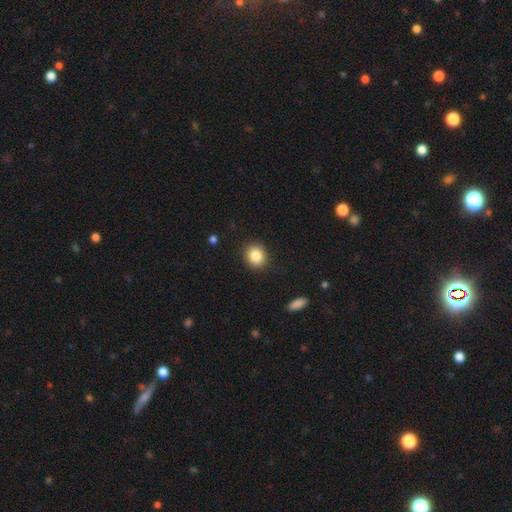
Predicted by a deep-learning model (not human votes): smooth-or-featured: smooth: 85% | star or artifact: 9% | featured or disk: 6%
  how-rounded: round: 76% | in between: 23% | cigar-shaped: 1%
  merging: none: 89% | minor disturbance: 7% | major disturbance: 2% | merger: 1%